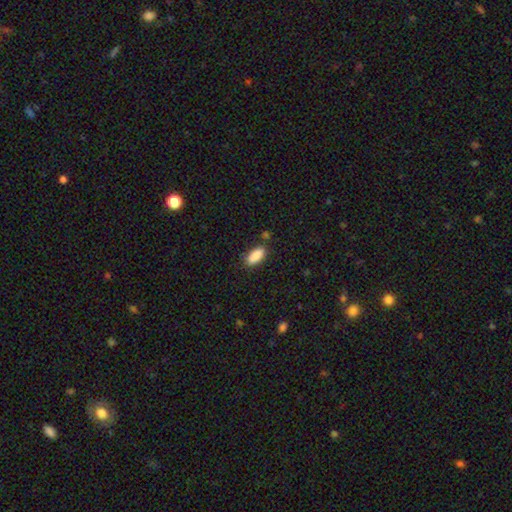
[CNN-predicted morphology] smooth 88%, star or artifact 7%, featured or disk 5%. Down the decision tree: how rounded — in between (81%); merging — none (81%).